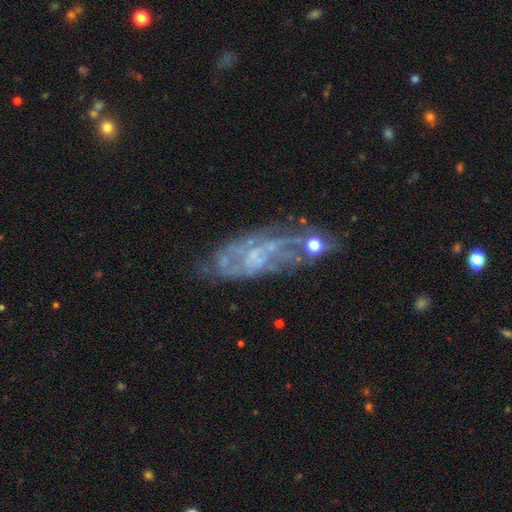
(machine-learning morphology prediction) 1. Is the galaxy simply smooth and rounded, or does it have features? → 70% featured or disk, 17% smooth, 12% star or artifact.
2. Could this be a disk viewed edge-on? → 91% no, 9% yes.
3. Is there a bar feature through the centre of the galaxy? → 74% no, 21% weak, 6% strong.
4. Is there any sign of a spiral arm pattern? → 52% yes, 48% no.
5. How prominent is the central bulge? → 54% none, 32% small, 11% moderate, 2% large, 1% dominant.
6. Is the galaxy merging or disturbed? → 49% none, 21% major disturbance, 20% minor disturbance, 10% merger.